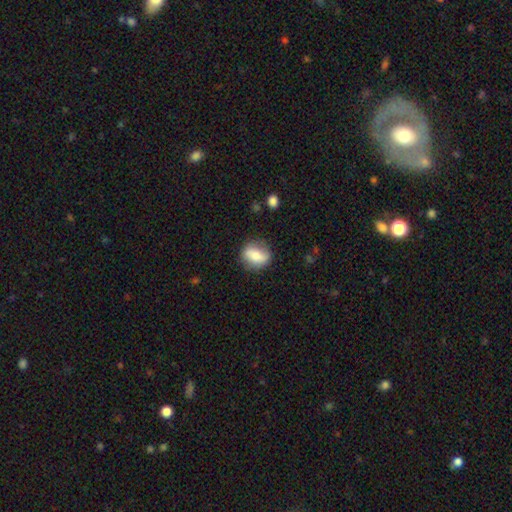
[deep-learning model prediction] Smooth or featured?
  - smooth: 67% *
  - featured or disk: 26%
  - star or artifact: 7%
How rounded?
  - round: 50% *
  - in between: 47%
  - cigar-shaped: 3%
Merging?
  - none: 78% *
  - minor disturbance: 16%
  - major disturbance: 5%
  - merger: 1%